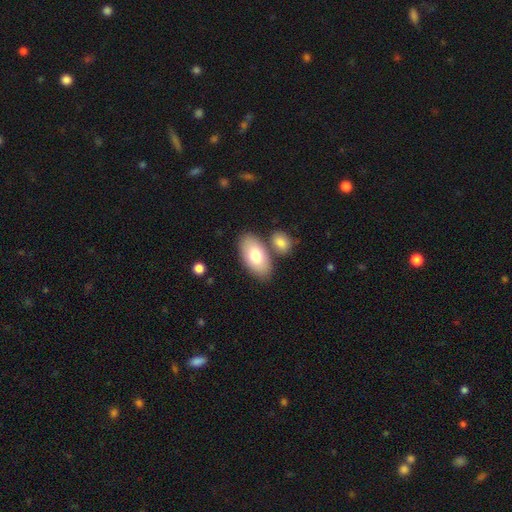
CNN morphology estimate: A smooth galaxy with no disk features (76%) that is in between round and cigar-shaped (95%).

Vote fractions:
- Smooth or featured? smooth: 76% / featured or disk: 18% / star or artifact: 6%
- How rounded? in between: 95% / round: 3% / cigar-shaped: 2%
- Merging? none: 70% / merger: 17% / minor disturbance: 10% / major disturbance: 3%